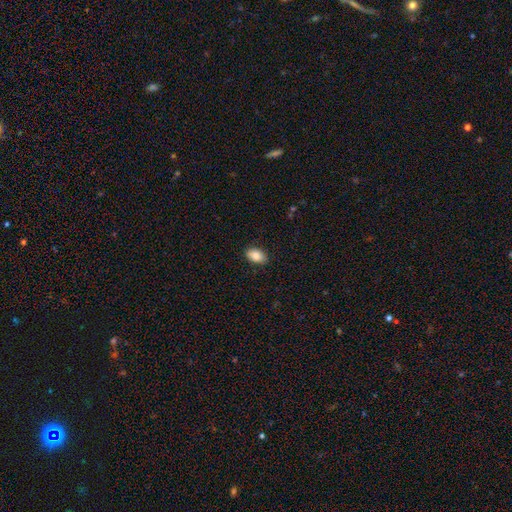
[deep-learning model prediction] Smooth or featured? Predicted: smooth (p=0.87). How rounded? Predicted: in between (p=0.91). Merging? Predicted: none (p=0.89).